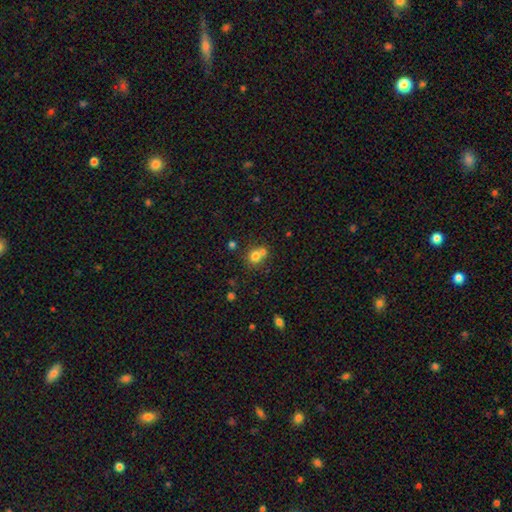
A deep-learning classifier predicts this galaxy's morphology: Smooth or featured?
  - smooth: 74% *
  - star or artifact: 14%
  - featured or disk: 12%
How rounded?
  - round: 81% *
  - in between: 18%
  - cigar-shaped: 1%
Merging?
  - merger: 47% *
  - none: 43%
  - minor disturbance: 7%
  - major disturbance: 3%